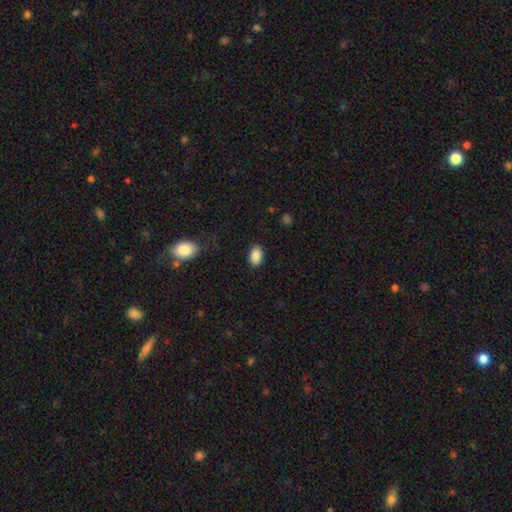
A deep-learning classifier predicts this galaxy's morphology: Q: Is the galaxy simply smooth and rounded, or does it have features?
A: smooth — 88%.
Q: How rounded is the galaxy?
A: in between — 88%.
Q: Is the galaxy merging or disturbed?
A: none — 86%.